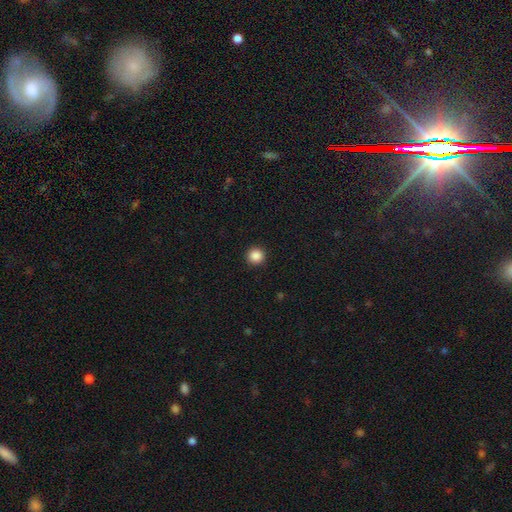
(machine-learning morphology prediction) Q: Smooth or featured?
A: smooth (87%); runner-up: star or artifact (10%)
Q: How rounded?
A: round (95%); runner-up: in between (4%)
Q: Merging?
A: none (93%); runner-up: minor disturbance (4%)